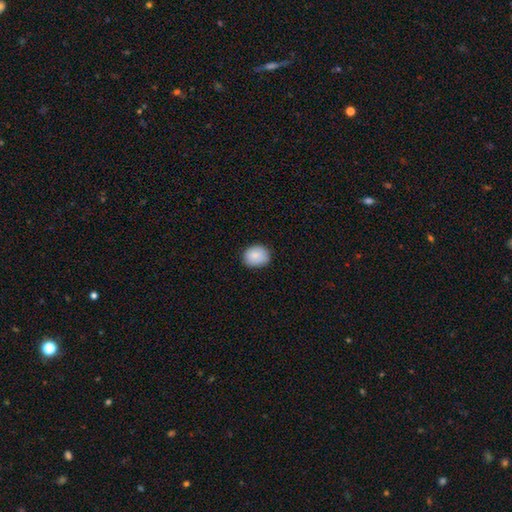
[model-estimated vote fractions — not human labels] Smooth or featured? smooth (87%)
How rounded? round (56%)
Merging? none (83%)